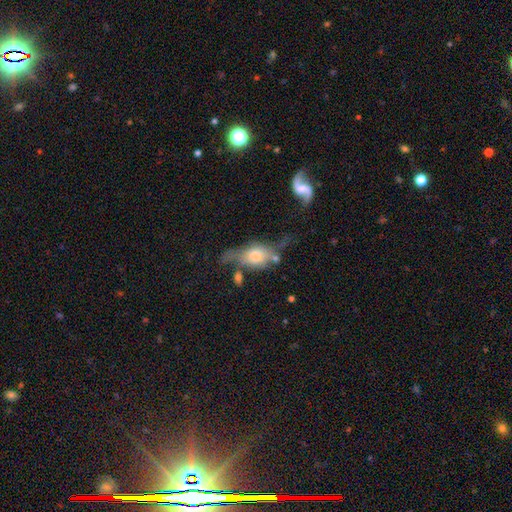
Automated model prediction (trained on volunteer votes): Overall: featured or disk (48%; smooth 44%). Merging: none (33%; major disturbance 29%).